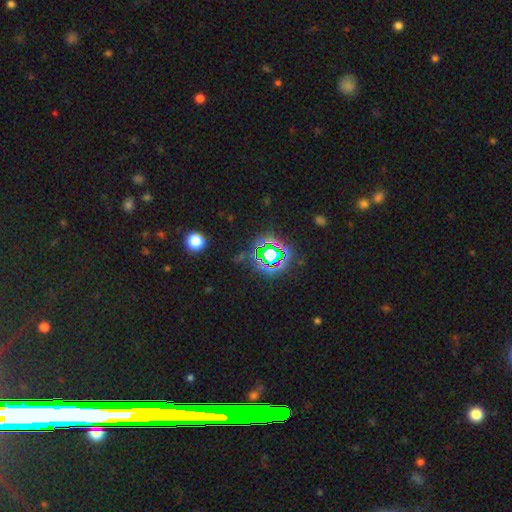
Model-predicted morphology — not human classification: The model was most divided on "smooth or featured": star or artifact: 77%, smooth: 14%, featured or disk: 9%.